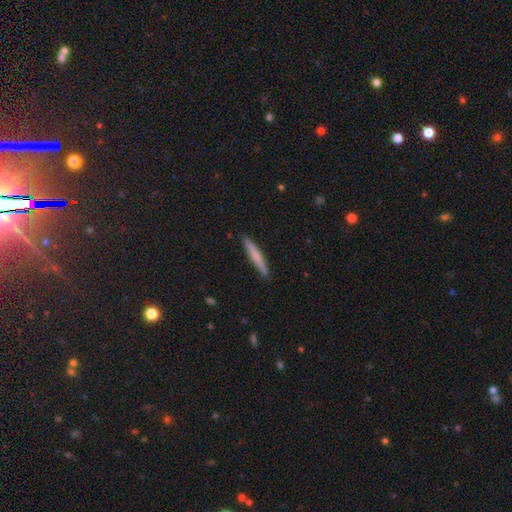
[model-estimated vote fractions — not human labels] smooth 64%, featured or disk 31%, star or artifact 6%. Down the decision tree: how rounded — cigar-shaped (95%); merging — none (91%).